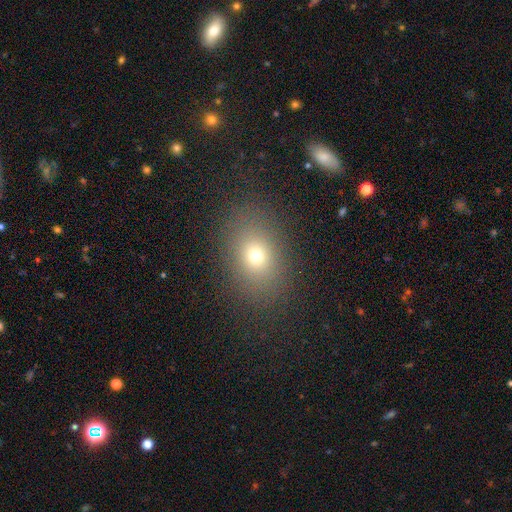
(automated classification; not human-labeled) A smooth galaxy with no disk features (70%) that is in between round and cigar-shaped (62%). Merging: none (84%).